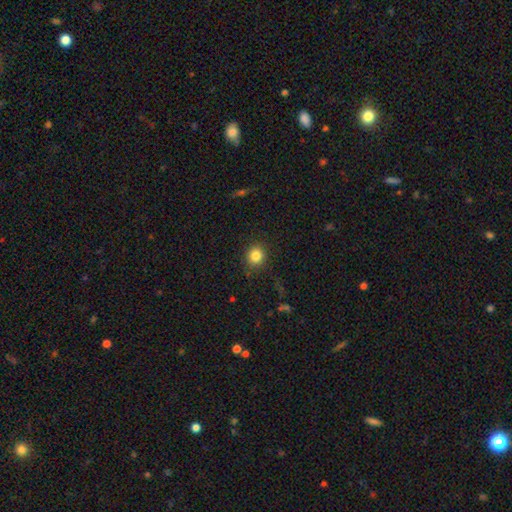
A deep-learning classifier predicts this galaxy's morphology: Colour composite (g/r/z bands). It shows a smooth galaxy with no disk features (83%) that is round (86%). Merging: none (88%).